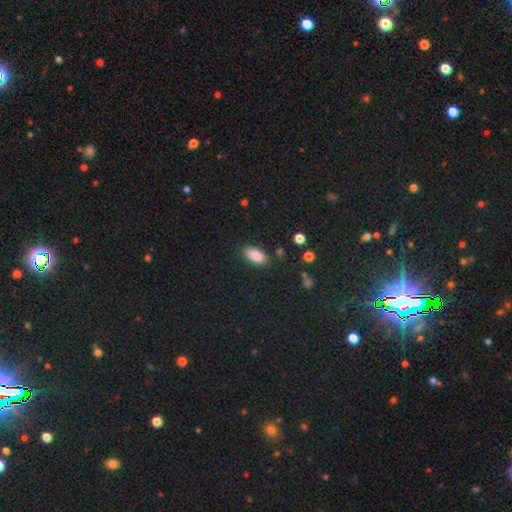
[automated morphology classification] smooth 86%, star or artifact 8%, featured or disk 5%. Down the decision tree: how rounded — in between (91%); merging — none (83%).